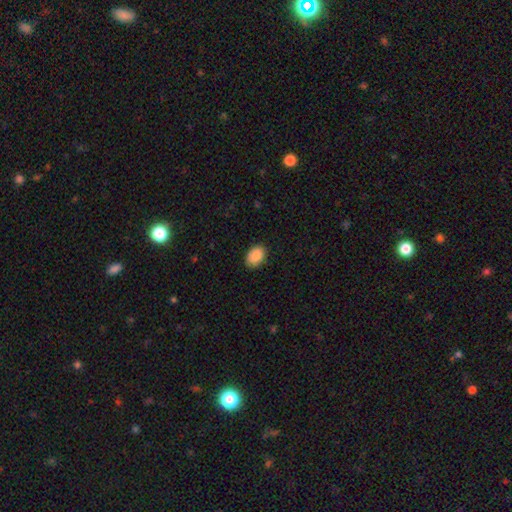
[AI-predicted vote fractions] A smooth galaxy with no disk features (90%) that is in between round and cigar-shaped (85%).

Vote fractions:
- Smooth or featured? smooth: 90% / star or artifact: 7% / featured or disk: 3%
- How rounded? in between: 85% / round: 14% / cigar-shaped: 1%
- Merging? none: 89% / minor disturbance: 8% / major disturbance: 2% / merger: 1%